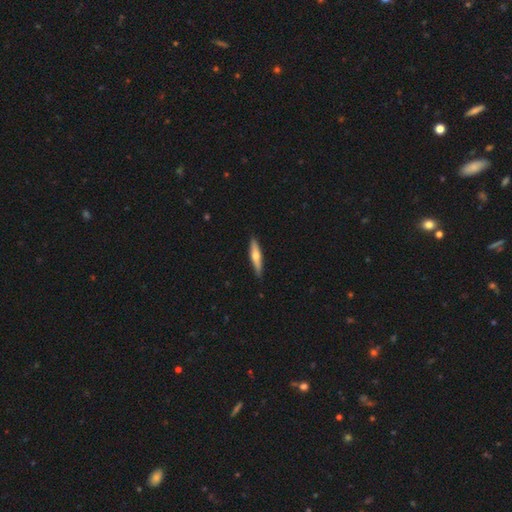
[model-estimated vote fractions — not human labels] smooth 49%, featured or disk 46%, star or artifact 5%. Down the decision tree: merging — none (89%).